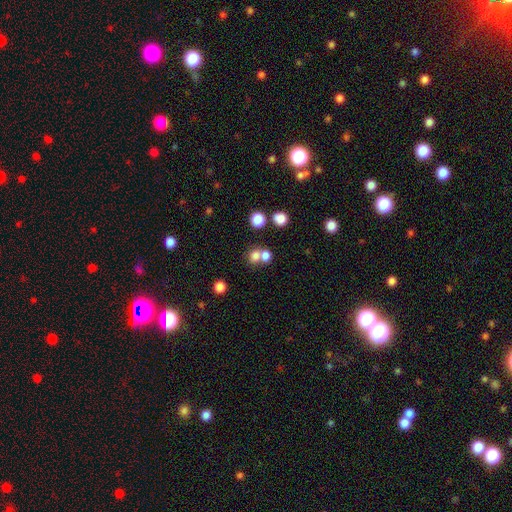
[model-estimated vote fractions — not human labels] smooth_or_featured: smooth (p=0.75) [alt: star or artifact p=0.14]
how_rounded: round (p=0.74) [alt: in between p=0.25]
merging: merger (p=0.49) [alt: none p=0.42]